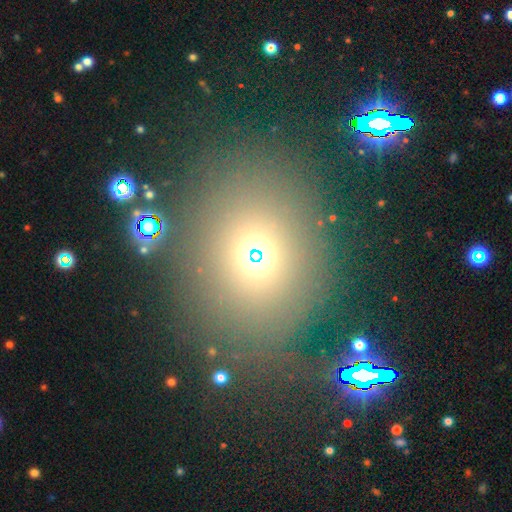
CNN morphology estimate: Overall: smooth (63%; star or artifact 26%). How rounded: round (57%; in between 40%). Merging: none (80%).